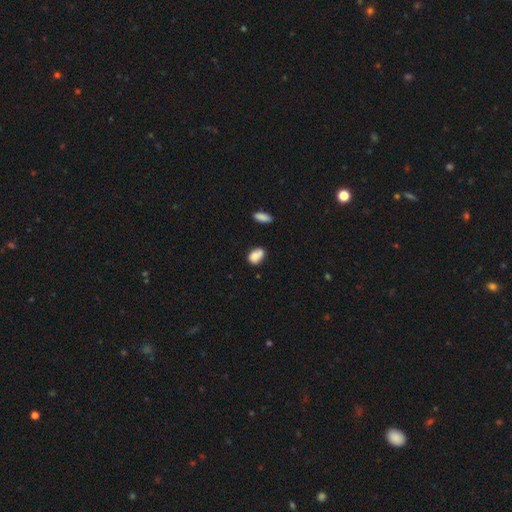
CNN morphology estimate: This is clearly a smooth galaxy (81%). How rounded: likely in between (79%). Merging: possibly none (49%).